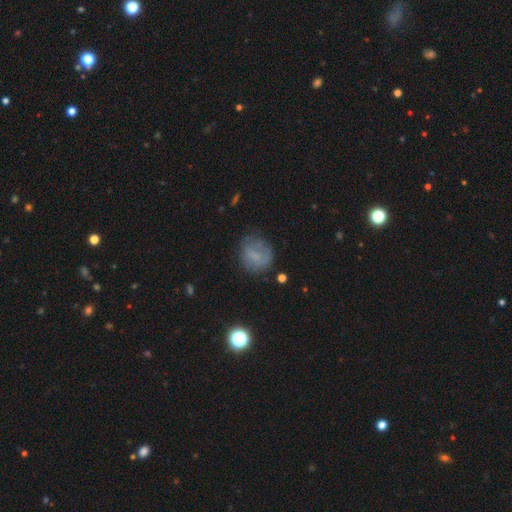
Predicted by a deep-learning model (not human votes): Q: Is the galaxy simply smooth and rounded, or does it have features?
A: smooth — 62%.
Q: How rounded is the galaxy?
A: round — 76%.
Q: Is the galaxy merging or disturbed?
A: none — 66%.